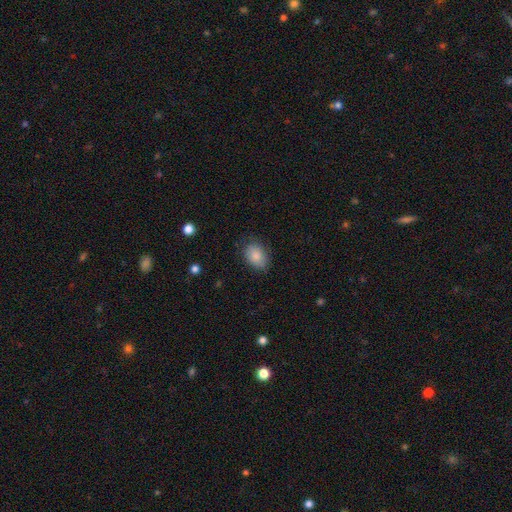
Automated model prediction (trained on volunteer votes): smooth 86%, star or artifact 7%, featured or disk 7%. Down the decision tree: how rounded — in between (82%); merging — none (77%).